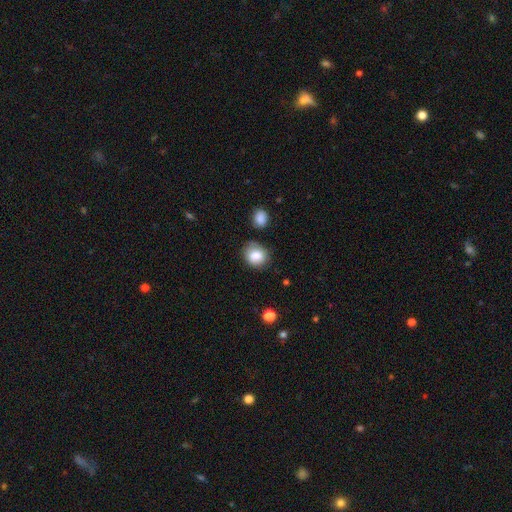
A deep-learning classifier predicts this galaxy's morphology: smooth-or-featured: smooth: 83% | star or artifact: 9% | featured or disk: 8%
  how-rounded: round: 65% | in between: 34% | cigar-shaped: 1%
  merging: none: 70% | minor disturbance: 19% | merger: 6% | major disturbance: 5%